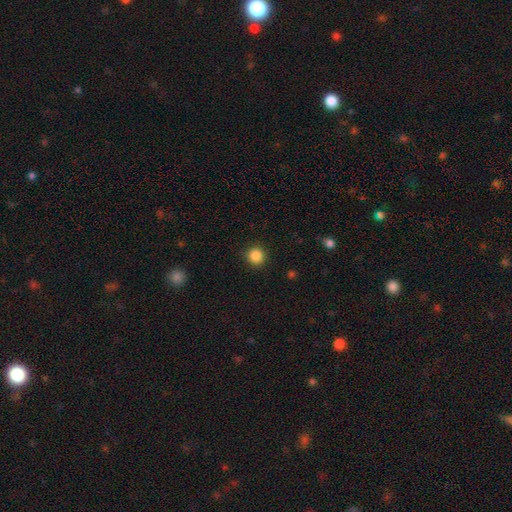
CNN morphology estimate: Smooth or featured? smooth (87%)
How rounded? round (93%)
Merging? none (91%)